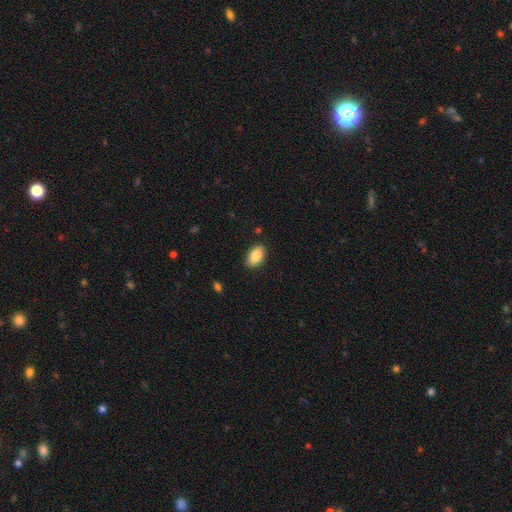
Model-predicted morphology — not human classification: Smooth or featured?
  - smooth: 88% *
  - star or artifact: 7%
  - featured or disk: 6%
How rounded?
  - in between: 93% *
  - round: 5%
  - cigar-shaped: 2%
Merging?
  - none: 87% *
  - minor disturbance: 10%
  - major disturbance: 2%
  - merger: 1%